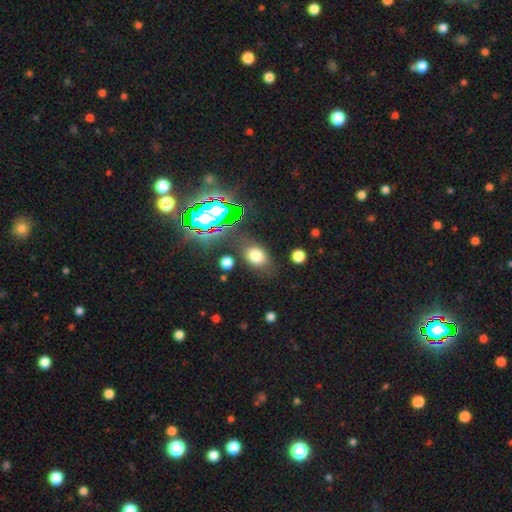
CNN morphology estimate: smooth-or-featured: smooth: 71% | star or artifact: 19% | featured or disk: 10%
  how-rounded: in between: 71% | round: 27% | cigar-shaped: 2%
  merging: none: 74% | minor disturbance: 16% | major disturbance: 6% | merger: 4%